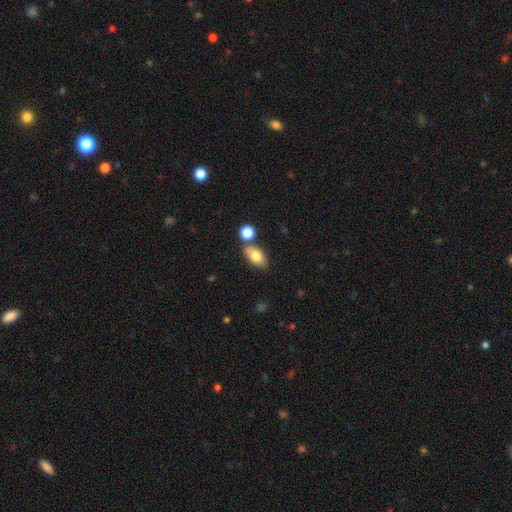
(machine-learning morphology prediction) smooth-or-featured: smooth: 79% | featured or disk: 13% | star or artifact: 8%
  how-rounded: in between: 87% | round: 10% | cigar-shaped: 3%
  merging: none: 62% | merger: 19% | minor disturbance: 14% | major disturbance: 4%